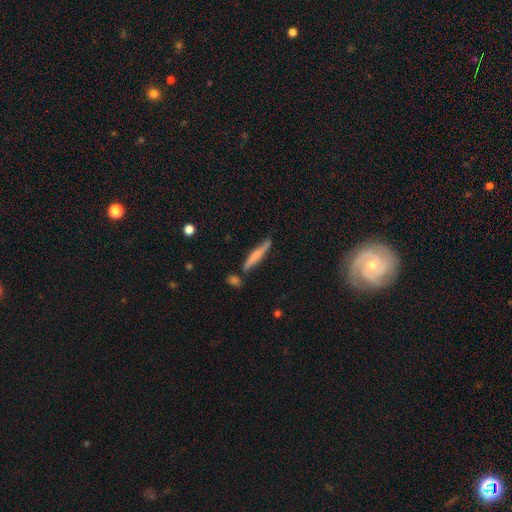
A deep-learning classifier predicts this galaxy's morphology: type=smooth (60%); roundness=cigar-shaped (93%); merging=none (74%).